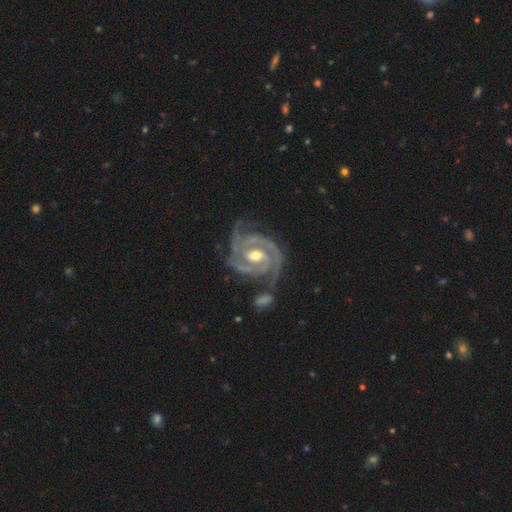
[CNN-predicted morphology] This is clearly a featured or disk galaxy (93%). It is clearly not viewed edge-on (97%). Bar: marginally weak (43%). Spiral arm pattern: clearly yes (98%). Spiral arm count: possibly 2 (46%). Spiral winding: likely tight (66%). Central bulge: likely moderate (72%). Merging: likely none (62%).